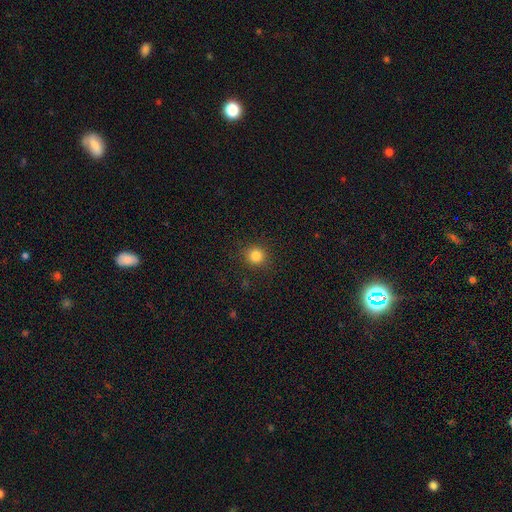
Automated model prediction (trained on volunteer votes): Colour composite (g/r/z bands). It shows a smooth galaxy with no disk features (82%) that is round (91%). Merging: none (91%).